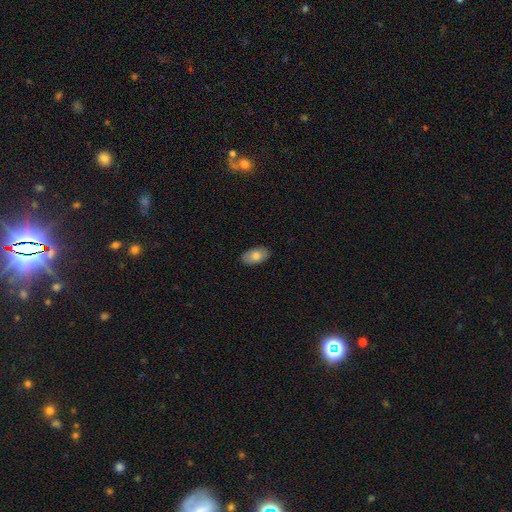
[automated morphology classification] This appears to be a smooth galaxy with no disk features (78%) that is in between round and cigar-shaped (94%). Merging: none (88%).